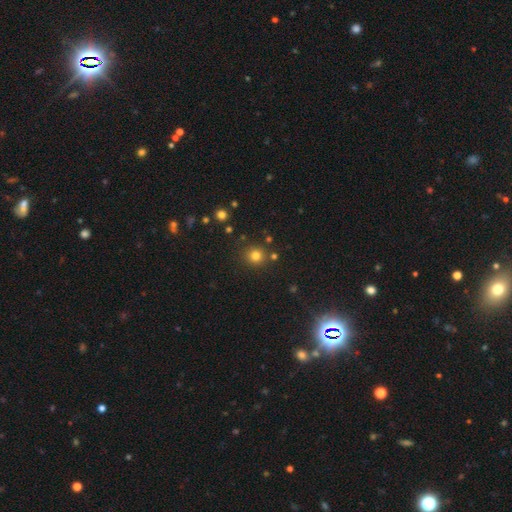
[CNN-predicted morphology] This appears to be a smooth galaxy with no disk features (78%) that is round (91%). Merging: none (84%).